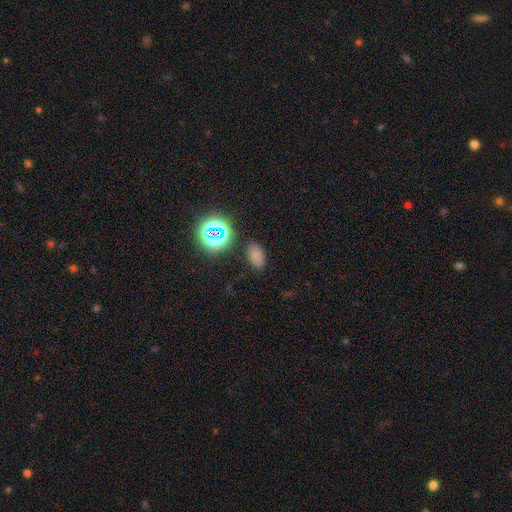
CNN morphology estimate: smooth_or_featured: smooth (p=0.70) [alt: star or artifact p=0.22]
how_rounded: in between (p=0.88) [alt: round p=0.11]
merging: none (p=0.82) [alt: minor disturbance p=0.12]